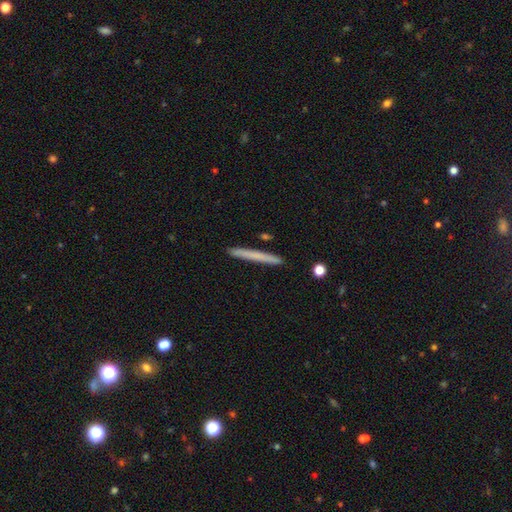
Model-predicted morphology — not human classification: Smooth or featured? Predicted: smooth (p=0.66). How rounded? Predicted: cigar-shaped (p=0.97). Merging? Predicted: none (p=0.91).